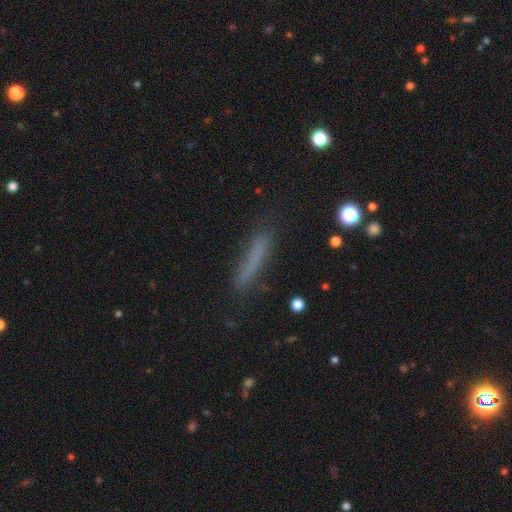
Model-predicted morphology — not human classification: This appears to be a smooth galaxy with no disk features (69%) that is cigar-shaped (89%). Merging: none (76%).